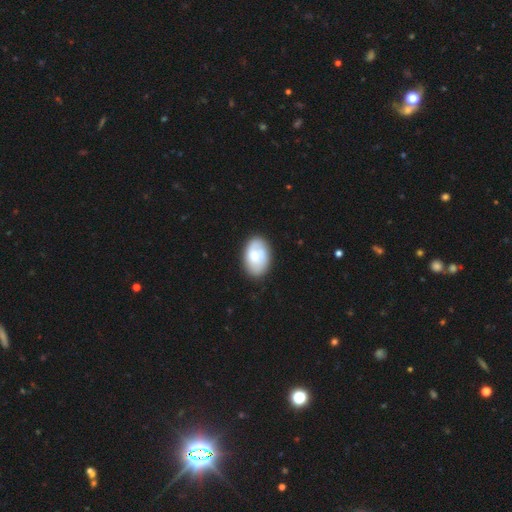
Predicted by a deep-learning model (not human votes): smooth-or-featured: smooth: 60% | featured or disk: 34% | star or artifact: 6%
  how-rounded: in between: 87% | round: 12% | cigar-shaped: 1%
  merging: none: 75% | minor disturbance: 17% | major disturbance: 5% | merger: 3%